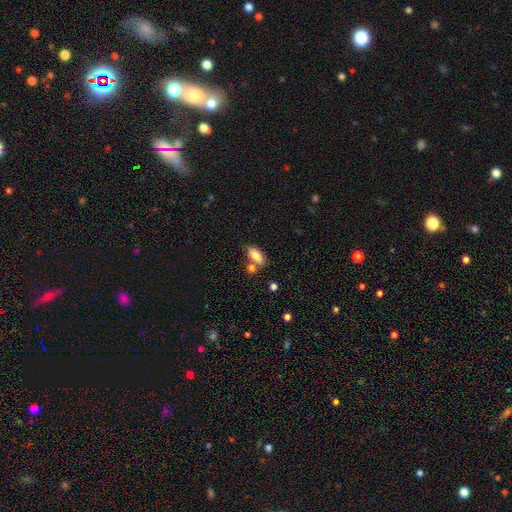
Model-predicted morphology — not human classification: type=smooth (81%); roundness=in between (88%); merging=none (54%).